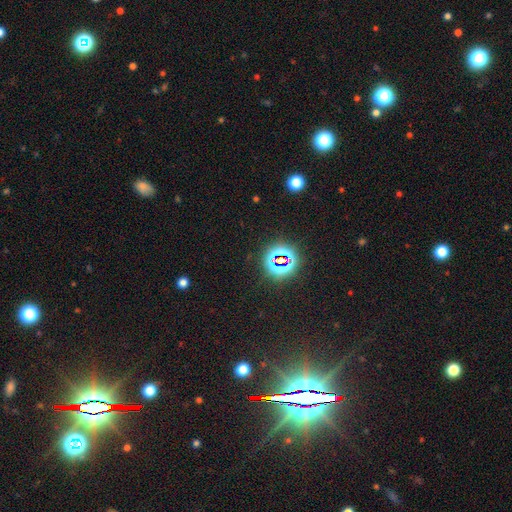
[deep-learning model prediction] Smooth or featured: star or artifact — 82% (smooth — 10%)